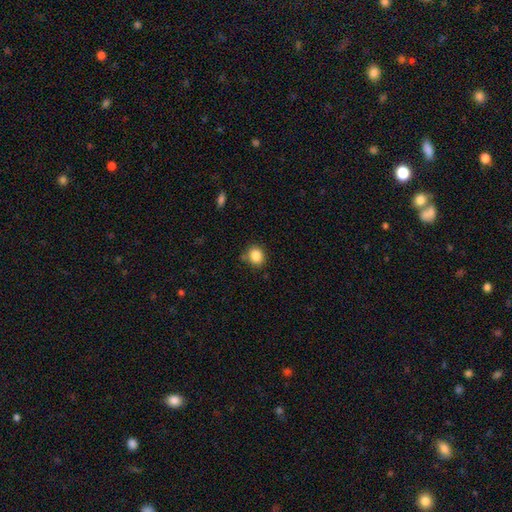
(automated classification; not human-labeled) smooth-or-featured: smooth: 86% | star or artifact: 10% | featured or disk: 4%
  how-rounded: round: 68% | in between: 31% | cigar-shaped: 1%
  merging: none: 78% | minor disturbance: 14% | merger: 5% | major disturbance: 3%